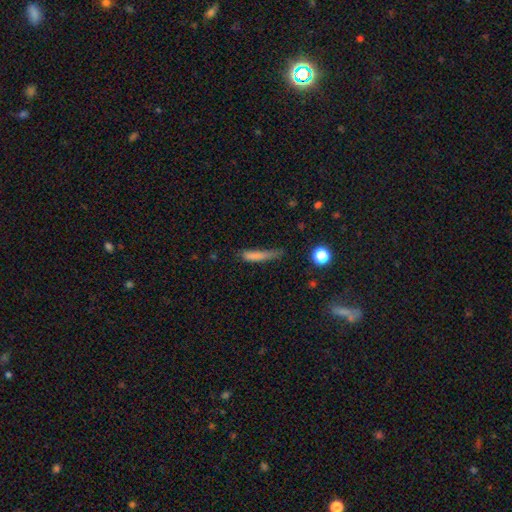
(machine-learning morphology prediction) A smooth galaxy with no disk features (76%) that is cigar-shaped (86%).

Vote fractions:
- Smooth or featured? smooth: 76% / featured or disk: 14% / star or artifact: 10%
- How rounded? cigar-shaped: 86% / in between: 12% / round: 3%
- Merging? none: 49% / minor disturbance: 32% / major disturbance: 15% / merger: 4%